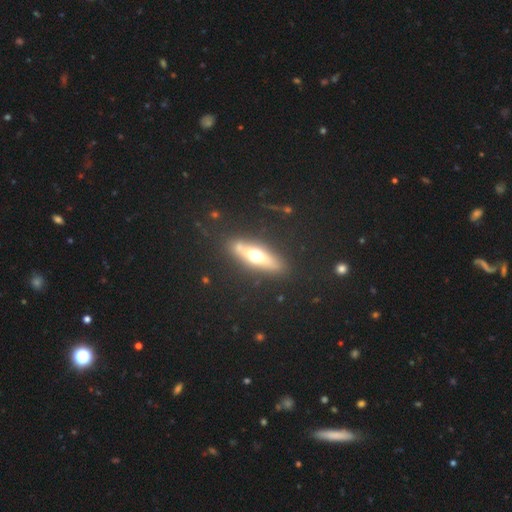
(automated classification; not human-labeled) Q: Smooth or featured?
A: featured or disk (53%); runner-up: smooth (39%)
Q: Edge-on disk?
A: yes (80%); runner-up: no (20%)
Q: Merging?
A: none (82%); runner-up: minor disturbance (12%)